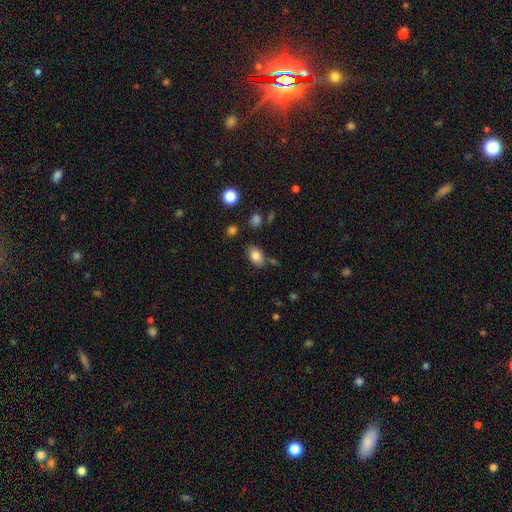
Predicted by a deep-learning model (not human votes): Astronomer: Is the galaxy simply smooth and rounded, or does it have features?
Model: smooth — 82%.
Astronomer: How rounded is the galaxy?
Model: in between — 88%.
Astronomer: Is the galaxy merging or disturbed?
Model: none — 78%.